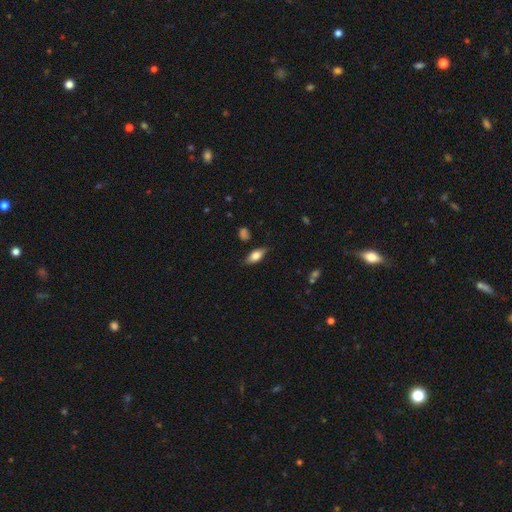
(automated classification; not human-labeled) Overall: smooth (72%). How rounded: in between (83%). Merging: none (79%).